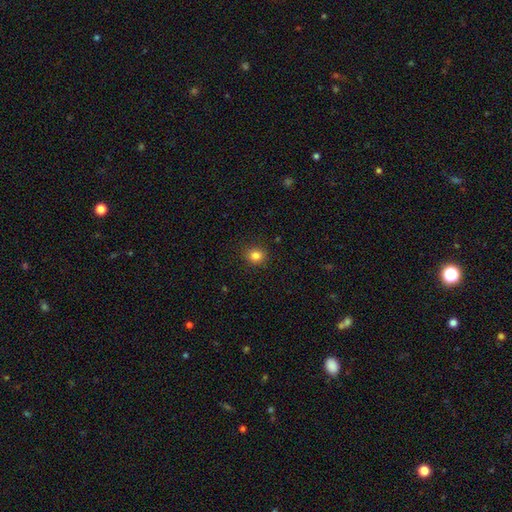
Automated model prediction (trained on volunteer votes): Smooth or featured? Predicted: smooth (p=0.83). How rounded? Predicted: round (p=0.75). Merging? Predicted: none (p=0.89).